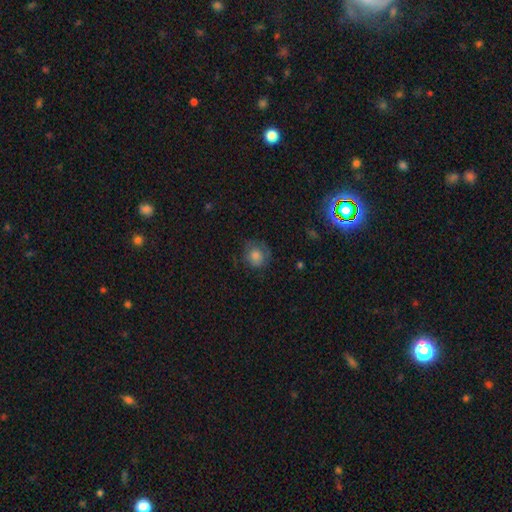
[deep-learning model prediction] Morphology: type=smooth (72%); roundness=round (81%); merging=none (66%).